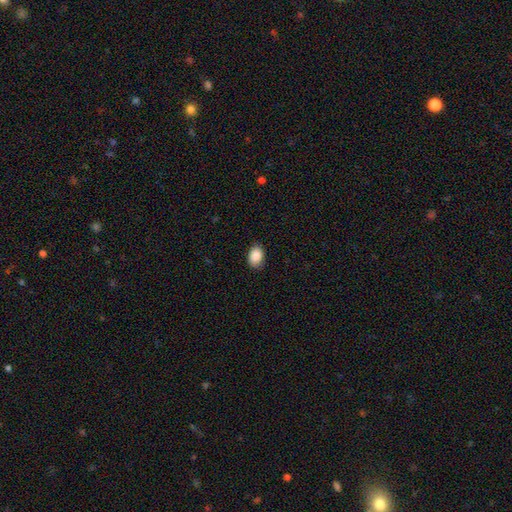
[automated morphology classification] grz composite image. It shows a smooth galaxy with no disk features (89%) that is in between round and cigar-shaped (78%). Merging: none (83%).